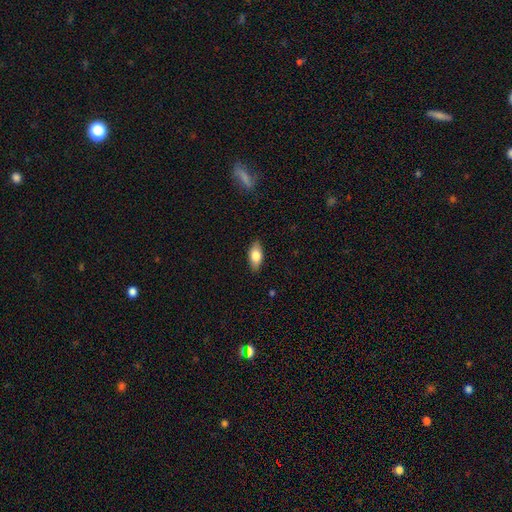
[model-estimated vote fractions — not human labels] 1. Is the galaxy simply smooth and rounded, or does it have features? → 76% smooth, 18% featured or disk, 7% star or artifact.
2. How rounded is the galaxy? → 88% in between, 8% cigar-shaped, 4% round.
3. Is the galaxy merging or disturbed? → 87% none, 10% minor disturbance, 2% major disturbance, 1% merger.